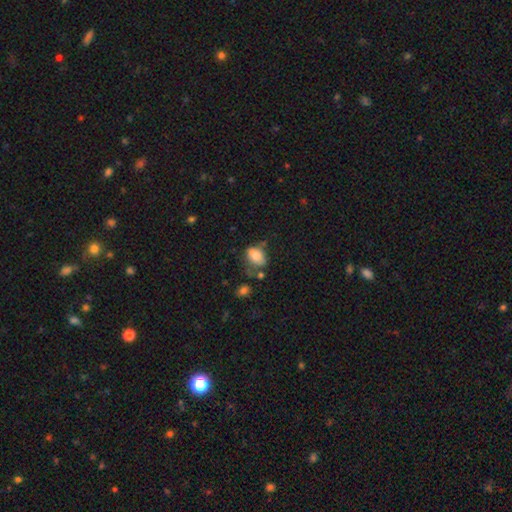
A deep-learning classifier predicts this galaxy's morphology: This is likely a smooth galaxy (75%). How rounded: likely in between (74%). Merging: marginally none (40%).